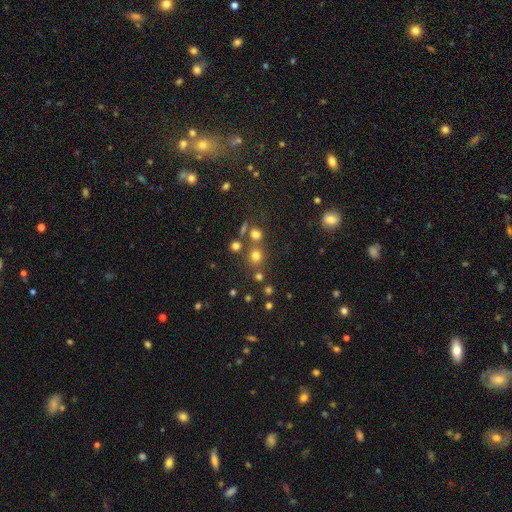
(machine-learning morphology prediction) This is likely a smooth galaxy (70%). How rounded: clearly round (88%). Merging: likely none (71%).